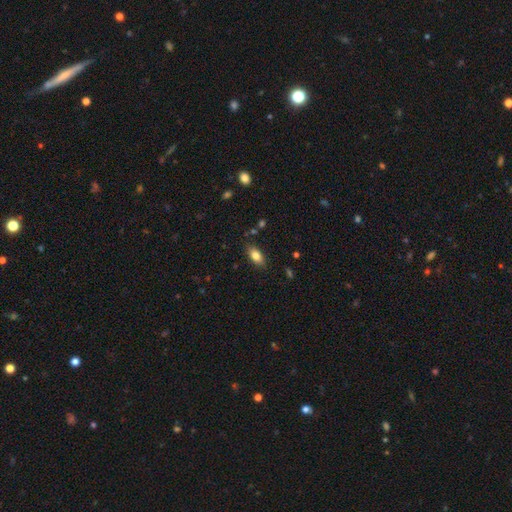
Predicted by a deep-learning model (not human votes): Overall: smooth (81%). How rounded: in between (88%). Merging: none (84%).